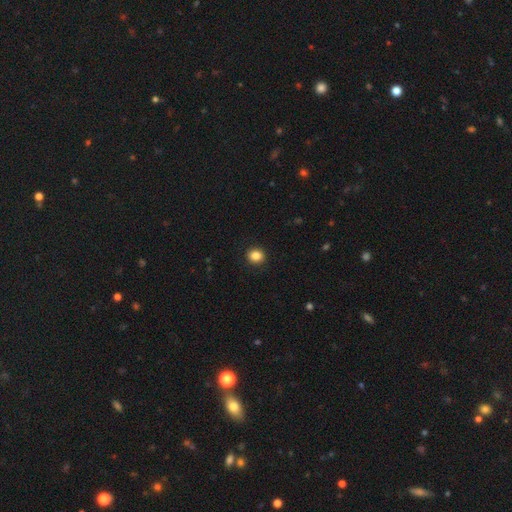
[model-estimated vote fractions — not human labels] Overall: smooth (86%). How rounded: round (81%). Merging: none (92%).